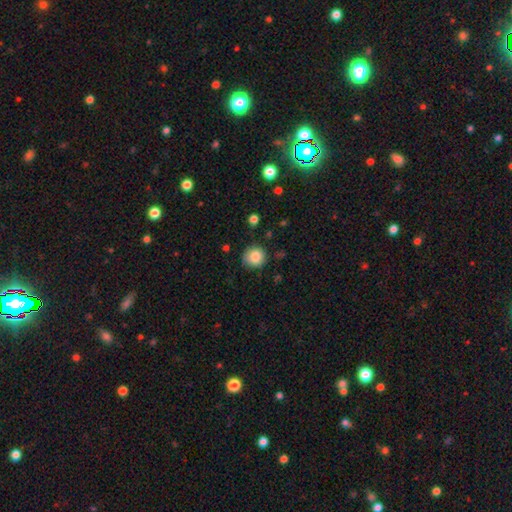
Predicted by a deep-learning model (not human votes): Overall: smooth (85%). How rounded: round (90%). Merging: none (82%).